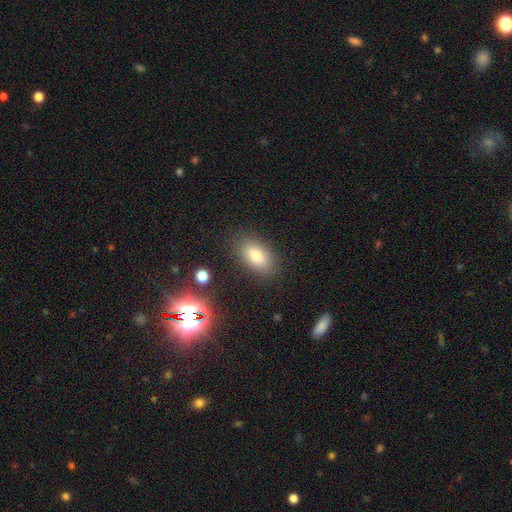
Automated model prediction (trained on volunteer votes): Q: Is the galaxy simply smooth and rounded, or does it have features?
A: smooth — 79%.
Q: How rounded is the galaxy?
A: in between — 90%.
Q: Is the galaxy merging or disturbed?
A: none — 85%.